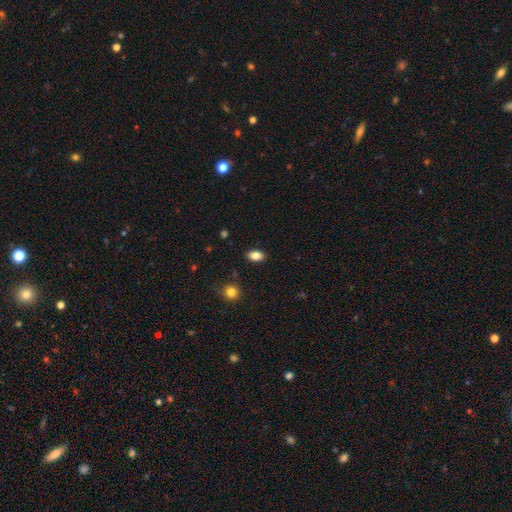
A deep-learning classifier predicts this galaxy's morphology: Q: Smooth or featured?
A: smooth (84%); runner-up: star or artifact (9%)
Q: How rounded?
A: in between (87%); runner-up: round (11%)
Q: Merging?
A: none (88%); runner-up: minor disturbance (9%)